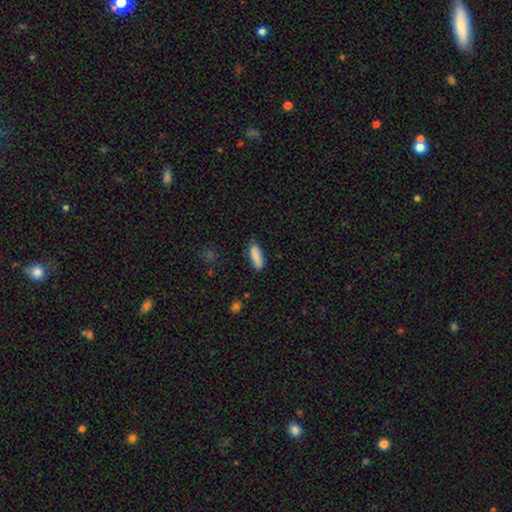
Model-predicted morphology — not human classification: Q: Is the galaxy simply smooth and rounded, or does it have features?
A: smooth — 87%.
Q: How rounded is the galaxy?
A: in between — 58%.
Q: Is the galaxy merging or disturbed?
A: none — 79%.